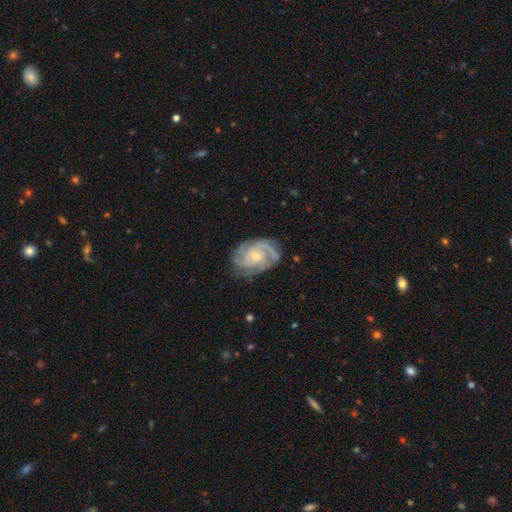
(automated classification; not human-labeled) Smooth or featured? featured or disk (89%)
Edge-on disk? no (98%)
Bar? no (69%)
Spiral arms? yes (98%)
Spiral winding? tight (56%)
Spiral arm count? 3 (40%)
Bulge size? small (71%)
Merging? none (74%)